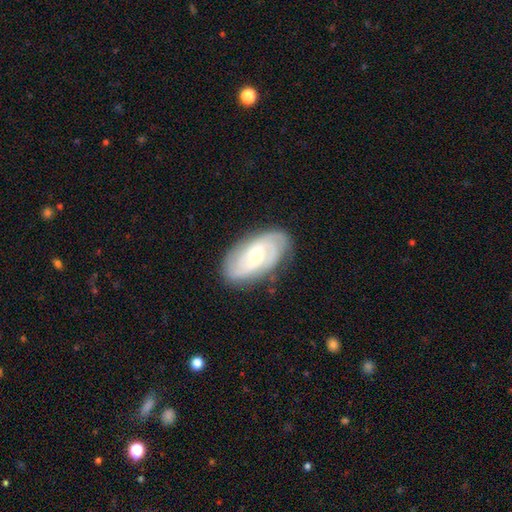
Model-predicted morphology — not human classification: This is clearly a featured or disk galaxy (81%). It is clearly not viewed edge-on (96%). Bar: possibly weak (50%). Spiral arm pattern: clearly yes (95%). Spiral arm count: marginally 2 (40%). Spiral winding: possibly tight (47%). Central bulge: possibly small (48%). Merging: clearly none (81%).